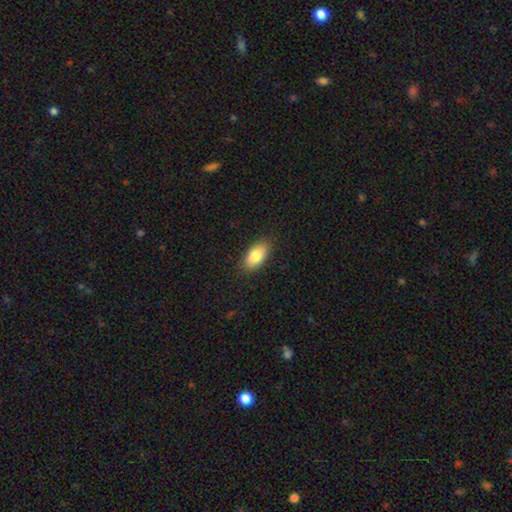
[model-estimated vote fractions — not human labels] Smooth or featured? Predicted: smooth (p=0.83). How rounded? Predicted: in between (p=0.92). Merging? Predicted: none (p=0.87).